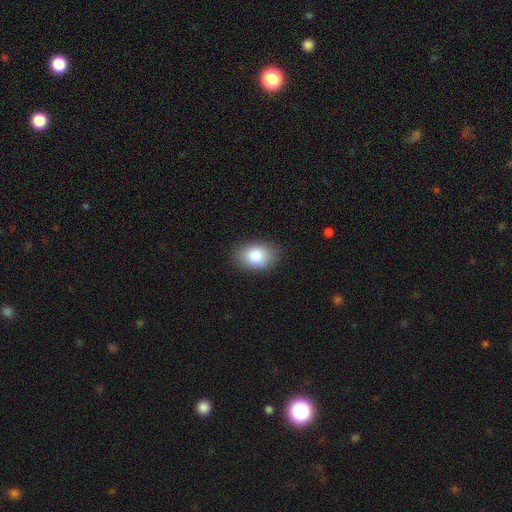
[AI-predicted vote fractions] Smooth or featured? smooth (83%)
How rounded? in between (81%)
Merging? none (85%)